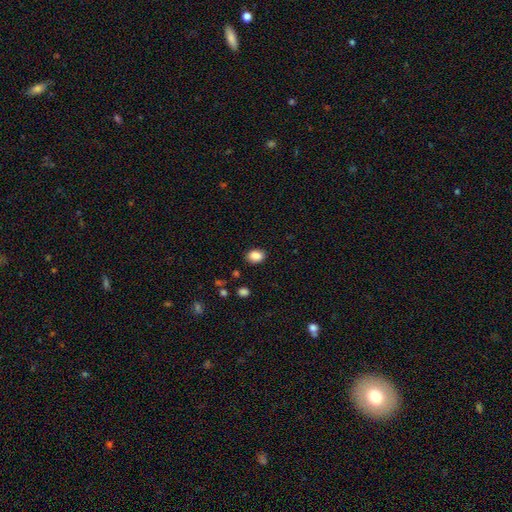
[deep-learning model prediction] smooth_or_featured: smooth (p=0.87) [alt: star or artifact p=0.09]
how_rounded: in between (p=0.72) [alt: round p=0.27]
merging: none (p=0.87) [alt: minor disturbance p=0.09]